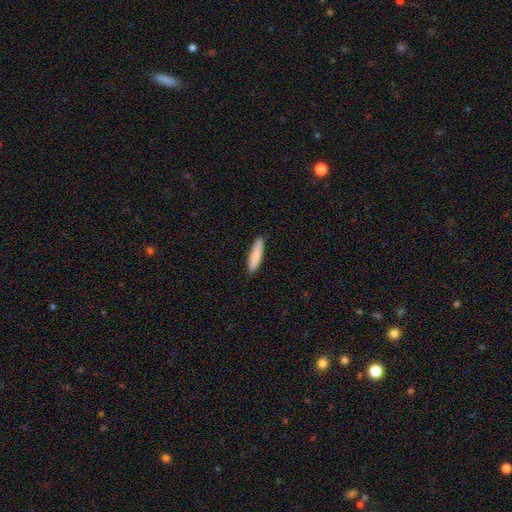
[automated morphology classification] The model was most divided on "how rounded": cigar-shaped: 66%, in between: 32%, round: 1%. More confident: merging — none (89%); smooth or featured — smooth (86%).